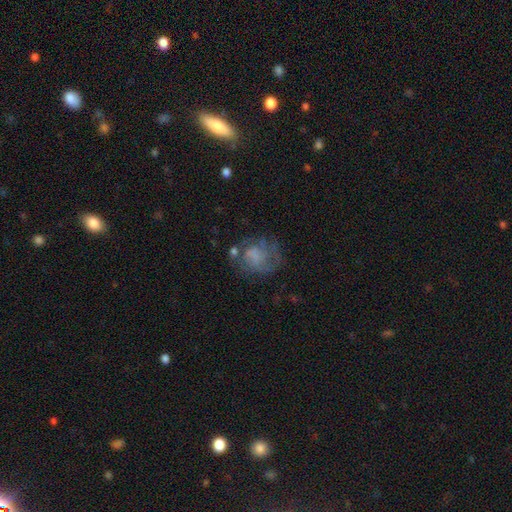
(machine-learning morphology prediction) A featured or disk galaxy (50%). Merging: none (47%).